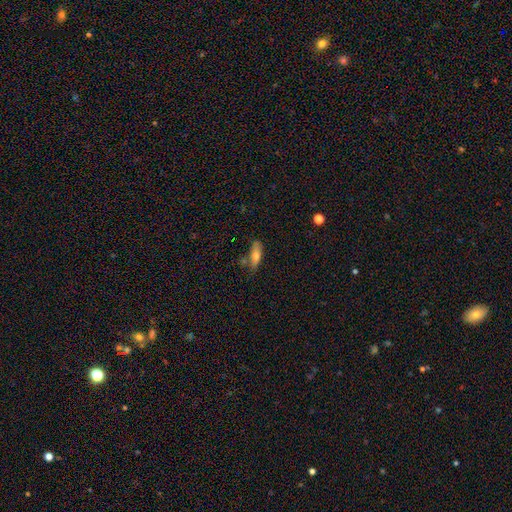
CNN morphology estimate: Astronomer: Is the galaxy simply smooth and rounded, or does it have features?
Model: smooth — 69%.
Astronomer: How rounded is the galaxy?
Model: cigar-shaped — 49% (runner-up: in between, 48%).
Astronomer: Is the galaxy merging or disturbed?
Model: none — 65%.